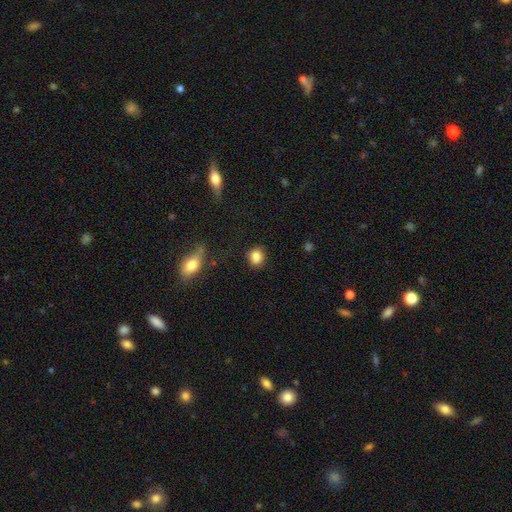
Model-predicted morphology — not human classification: Q: Smooth or featured?
A: smooth (85%); runner-up: star or artifact (10%)
Q: How rounded?
A: round (62%); runner-up: in between (37%)
Q: Merging?
A: none (74%); runner-up: minor disturbance (17%)